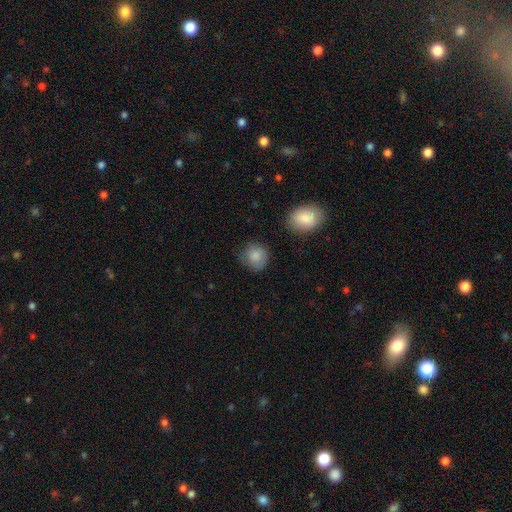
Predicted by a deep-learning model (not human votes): Smooth or featured? Predicted: smooth (p=0.85). How rounded? Predicted: round (p=0.81). Merging? Predicted: none (p=0.70).